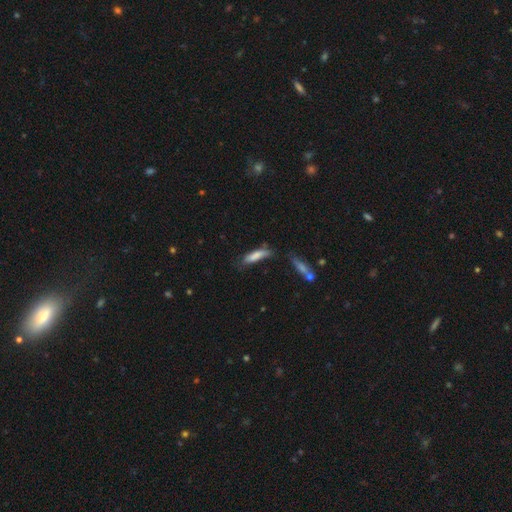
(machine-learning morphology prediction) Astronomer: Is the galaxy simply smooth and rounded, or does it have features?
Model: smooth — 78%.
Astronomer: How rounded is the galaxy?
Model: cigar-shaped — 74%.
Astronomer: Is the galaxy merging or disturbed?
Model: none — 56%.